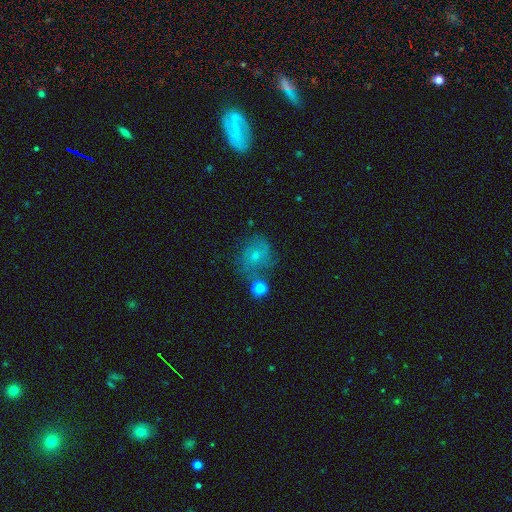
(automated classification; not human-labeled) A smooth galaxy with no disk features (50%) that is round (62%). Merging: none (52%).